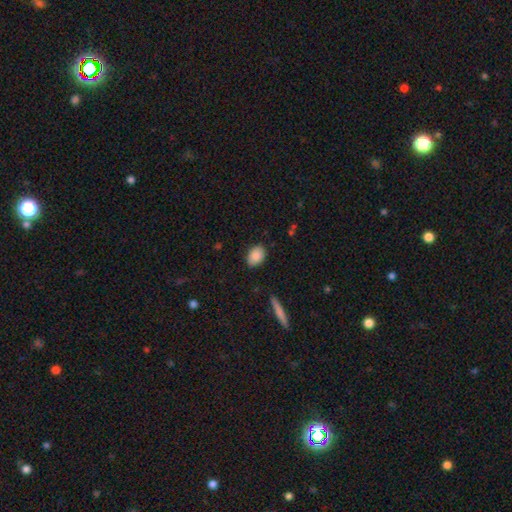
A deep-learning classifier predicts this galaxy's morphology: smooth-or-featured: smooth: 88% | star or artifact: 7% | featured or disk: 5%
  how-rounded: in between: 79% | round: 19% | cigar-shaped: 2%
  merging: none: 86% | minor disturbance: 10% | major disturbance: 2% | merger: 1%